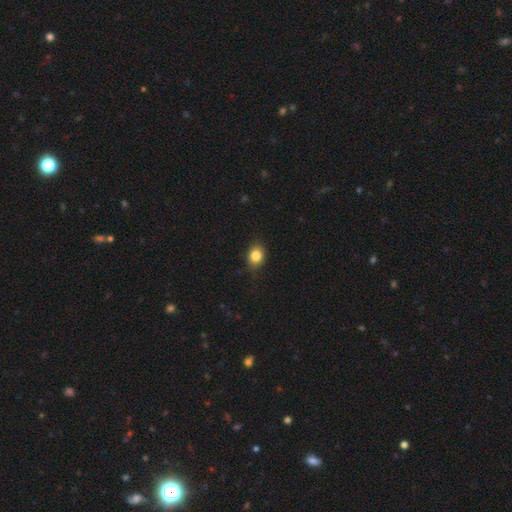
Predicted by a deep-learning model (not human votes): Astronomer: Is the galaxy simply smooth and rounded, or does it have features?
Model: smooth — 84%.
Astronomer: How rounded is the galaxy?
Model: in between — 49%, tied with round at 49%.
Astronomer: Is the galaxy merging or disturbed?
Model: none — 80%.